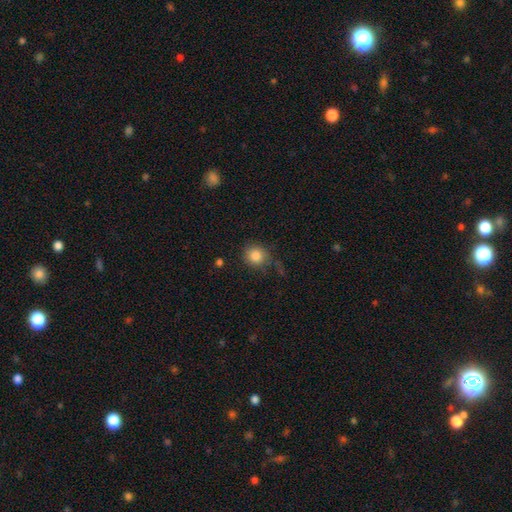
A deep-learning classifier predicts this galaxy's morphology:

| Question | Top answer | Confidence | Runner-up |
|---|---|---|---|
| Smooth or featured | smooth | 84% | star or artifact (10%) |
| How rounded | round | 88% | in between (11%) |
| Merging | none | 73% | minor disturbance (18%) |